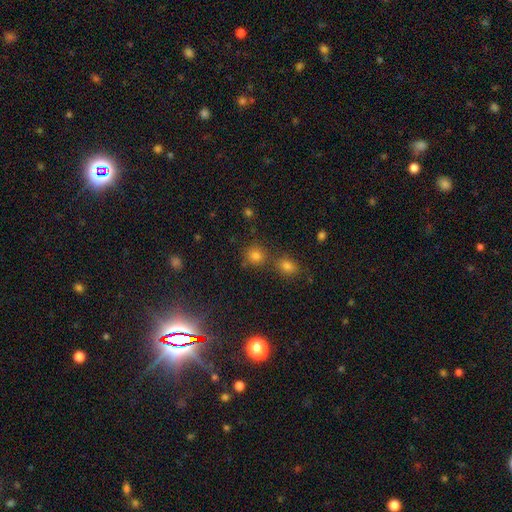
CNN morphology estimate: A smooth galaxy with no disk features (73%) that is round (88%). Merging: none (69%).